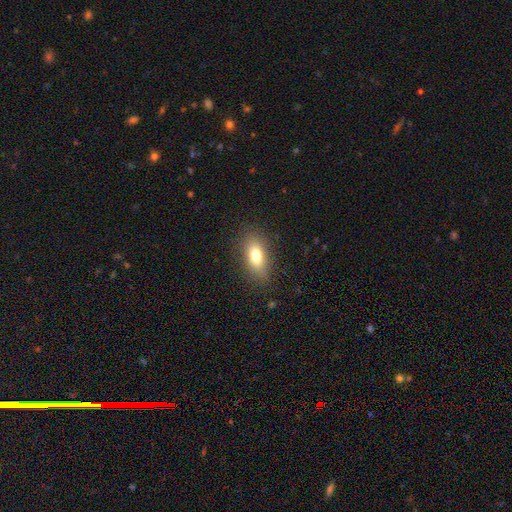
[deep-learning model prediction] smooth-or-featured: smooth: 77% | featured or disk: 14% | star or artifact: 9%
  how-rounded: in between: 82% | cigar-shaped: 11% | round: 7%
  merging: none: 84% | minor disturbance: 11% | major disturbance: 4% | merger: 1%